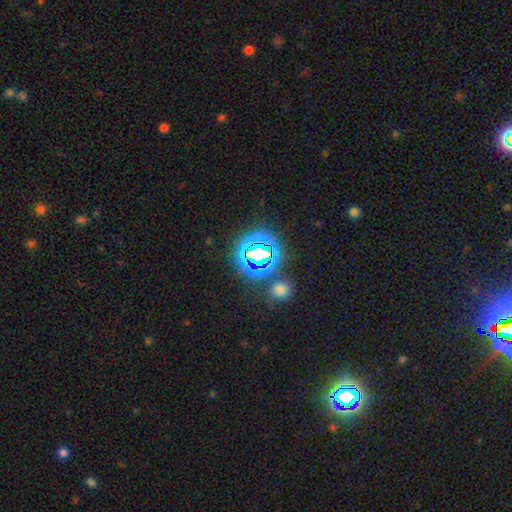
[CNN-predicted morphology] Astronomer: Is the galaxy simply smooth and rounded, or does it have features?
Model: star or artifact — 71%.